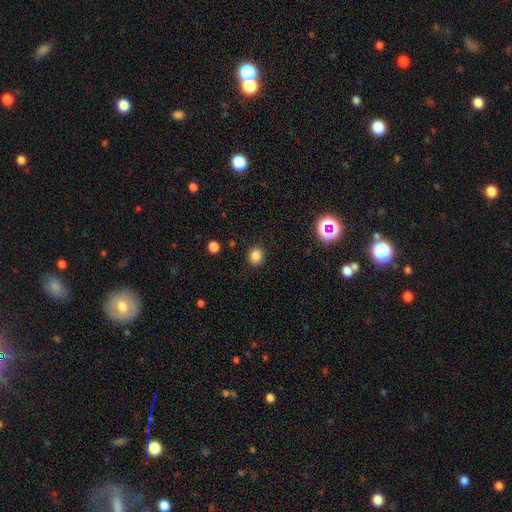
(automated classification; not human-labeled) Smooth or featured?
  - smooth: 82% *
  - star or artifact: 13%
  - featured or disk: 5%
How rounded?
  - round: 73% *
  - in between: 26%
  - cigar-shaped: 1%
Merging?
  - none: 89% *
  - minor disturbance: 7%
  - major disturbance: 2%
  - merger: 1%